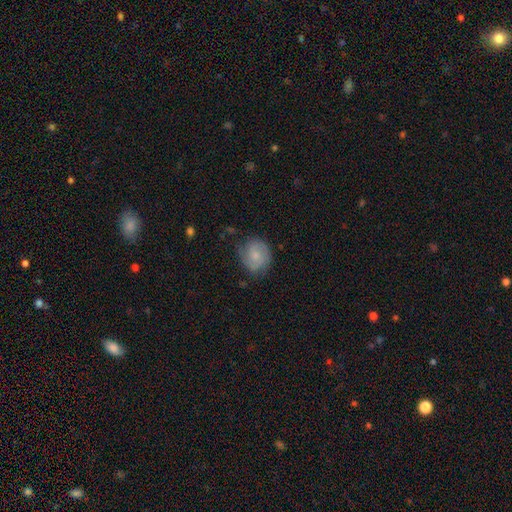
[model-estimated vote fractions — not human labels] A smooth galaxy with no disk features (48%). Merging: none (69%).